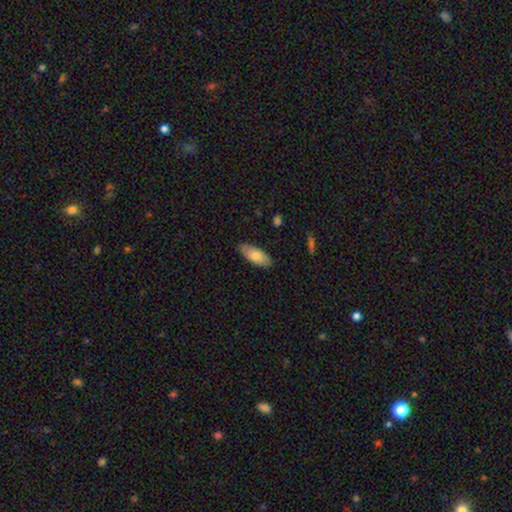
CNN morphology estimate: This is clearly a smooth galaxy (81%). How rounded: clearly in between (85%). Merging: clearly none (83%).